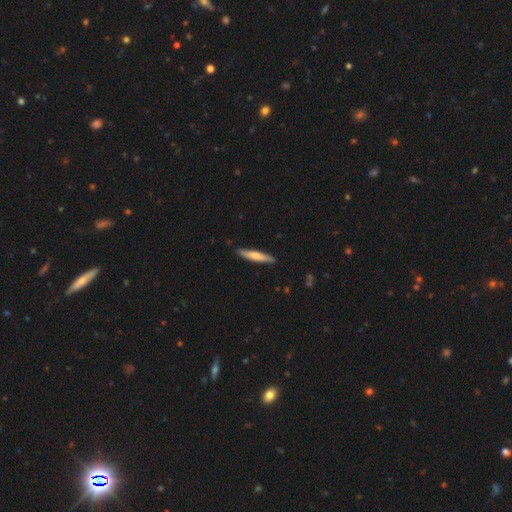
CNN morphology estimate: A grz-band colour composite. It shows a smooth galaxy with no disk features (66%) that is cigar-shaped (91%). Merging: none (89%).